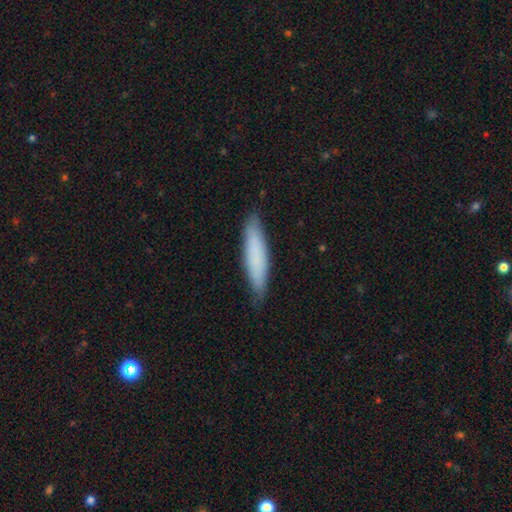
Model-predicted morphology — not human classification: type=smooth (76%); roundness=cigar-shaped (81%); merging=none (83%).